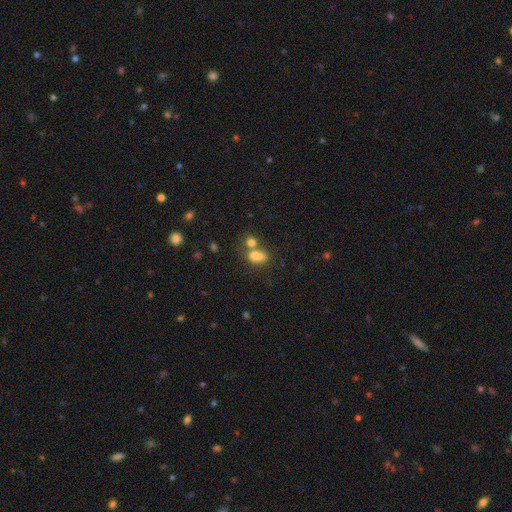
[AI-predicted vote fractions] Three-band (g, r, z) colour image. It shows a smooth galaxy with no disk features (74%) that is in between round and cigar-shaped (69%). Merging: merger (48%).